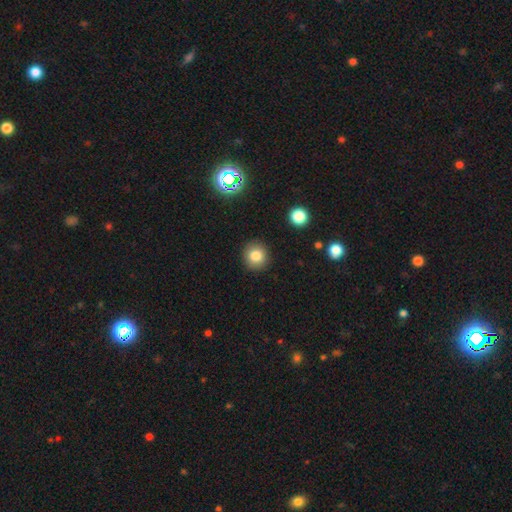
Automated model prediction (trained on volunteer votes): Q: Smooth or featured?
A: smooth (81%); runner-up: star or artifact (12%)
Q: How rounded?
A: round (91%); runner-up: in between (8%)
Q: Merging?
A: none (90%); runner-up: minor disturbance (7%)